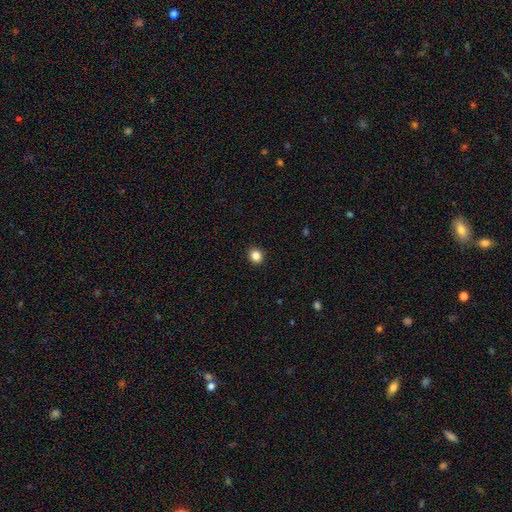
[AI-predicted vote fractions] Smooth or featured? smooth (85%)
How rounded? round (87%)
Merging? none (93%)